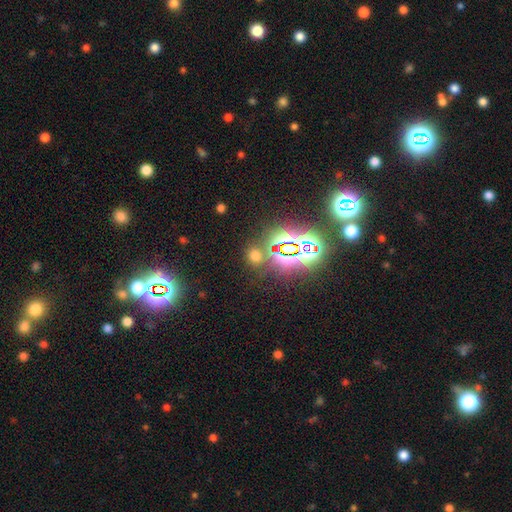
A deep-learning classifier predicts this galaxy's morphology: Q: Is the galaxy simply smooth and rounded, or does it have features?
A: smooth — 48%.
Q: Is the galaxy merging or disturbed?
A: none — 77%.